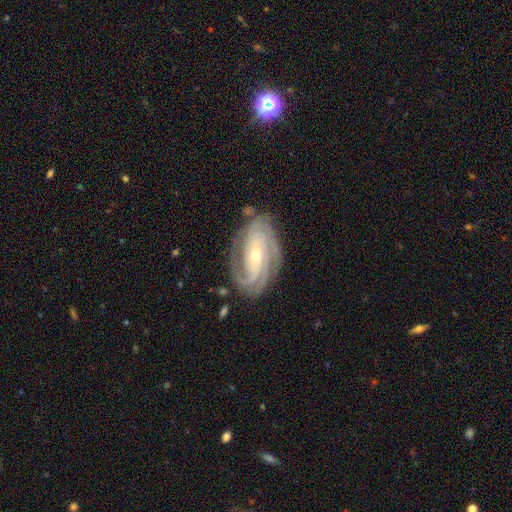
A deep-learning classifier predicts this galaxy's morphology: Smooth or featured? featured or disk (90%)
Edge-on disk? no (96%)
Bar? no (49%)
Spiral arms? yes (98%)
Spiral winding? tight (67%)
Spiral arm count? 3 (35%)
Bulge size? small (57%)
Merging? none (75%)